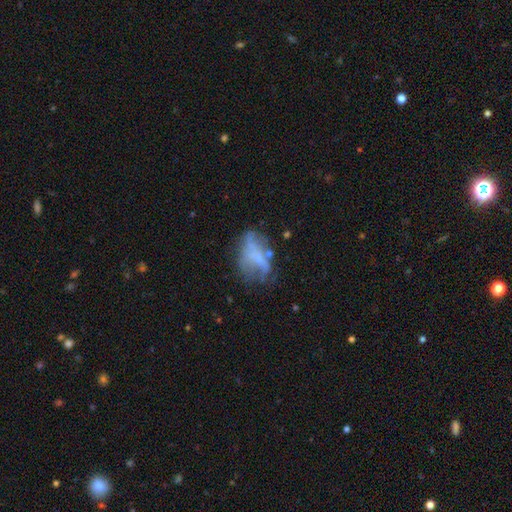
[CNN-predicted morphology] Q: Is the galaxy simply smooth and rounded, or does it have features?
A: featured or disk — 51%.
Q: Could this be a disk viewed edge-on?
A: no — 92%.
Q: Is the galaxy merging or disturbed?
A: none — 39%.